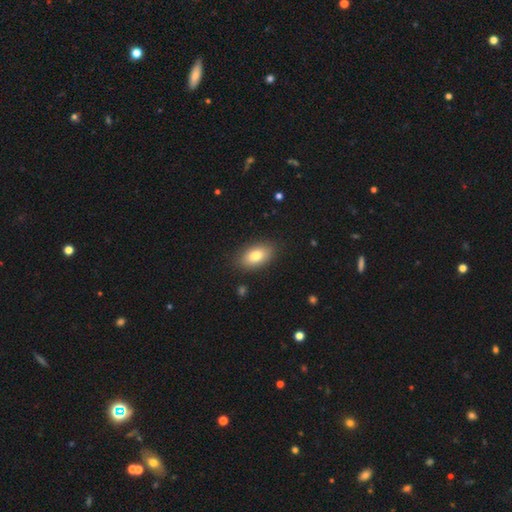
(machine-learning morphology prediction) This appears to be a smooth galaxy with no disk features (80%) that is in between round and cigar-shaped (91%). Merging: none (86%).